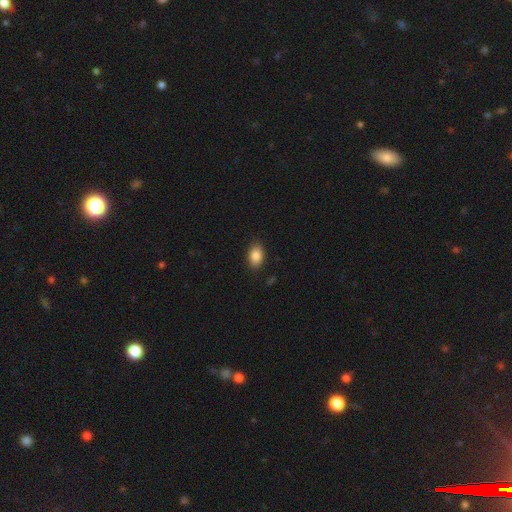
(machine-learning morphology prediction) The model was most divided on "how rounded": in between: 86%, round: 13%, cigar-shaped: 1%. More confident: merging — none (87%); smooth or featured — smooth (87%).